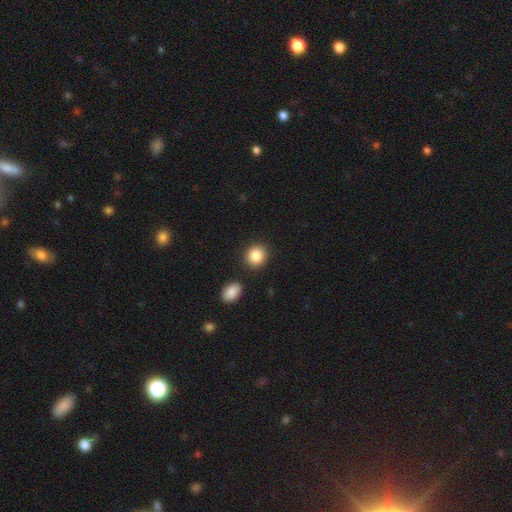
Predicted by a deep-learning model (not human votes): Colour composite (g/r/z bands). It shows a smooth galaxy with no disk features (86%) that is round (77%). Merging: none (84%).